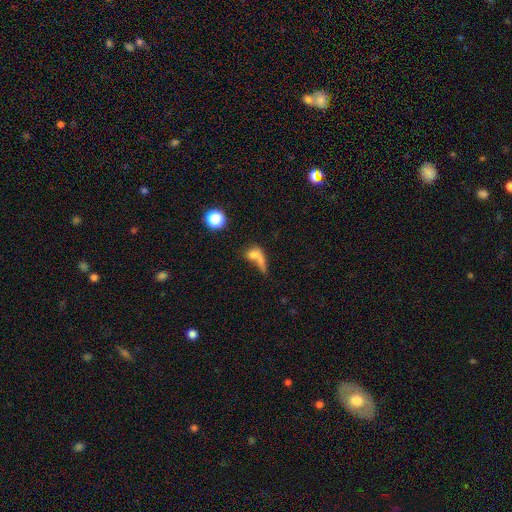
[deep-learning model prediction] smooth 64%, featured or disk 22%, star or artifact 15%. Down the decision tree: how rounded — in between (46%); merging — merger (42%).